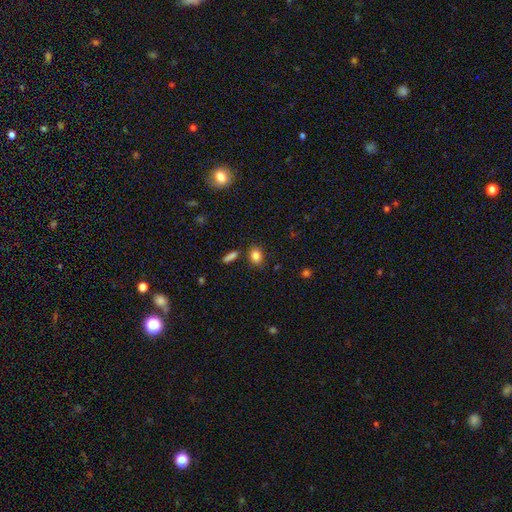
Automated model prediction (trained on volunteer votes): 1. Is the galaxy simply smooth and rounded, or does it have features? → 84% smooth, 10% star or artifact, 6% featured or disk.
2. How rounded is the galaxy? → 57% in between, 41% round, 2% cigar-shaped.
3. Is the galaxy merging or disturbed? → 80% none, 12% minor disturbance, 5% merger, 3% major disturbance.